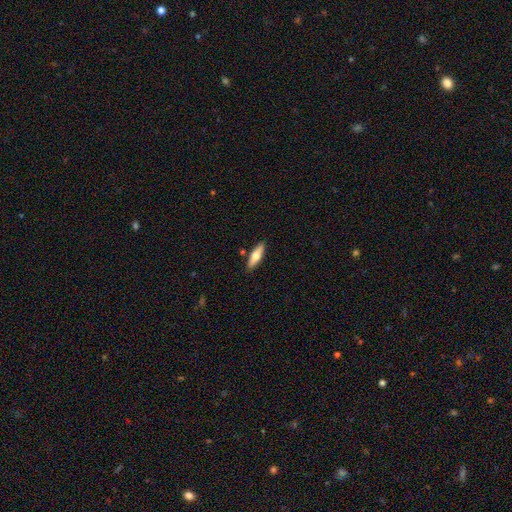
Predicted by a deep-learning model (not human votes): Overall: smooth (59%; featured or disk 35%). How rounded: cigar-shaped (61%; in between 37%). Merging: none (87%).